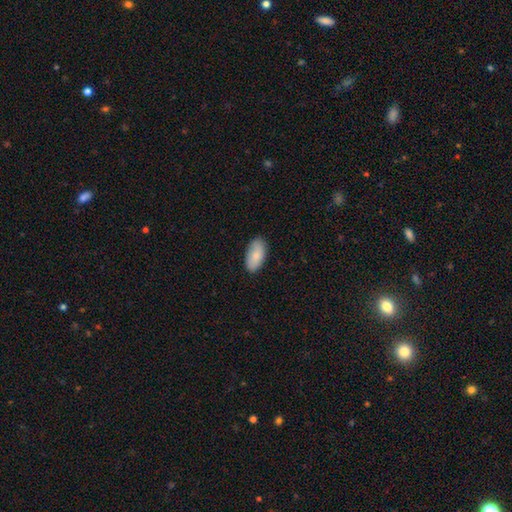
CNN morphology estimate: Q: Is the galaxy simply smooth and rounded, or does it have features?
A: smooth — 83%.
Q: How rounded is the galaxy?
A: in between — 94%.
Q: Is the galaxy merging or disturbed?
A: none — 85%.